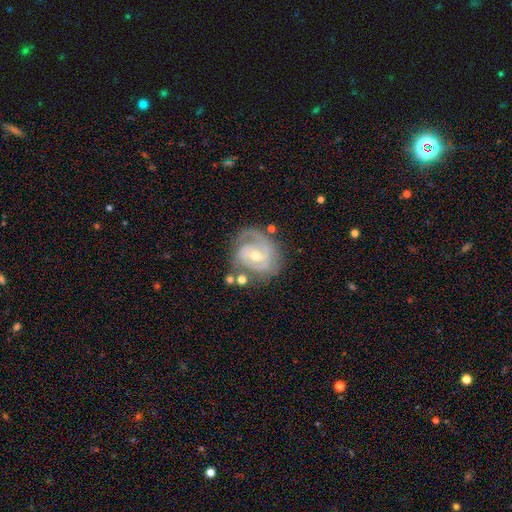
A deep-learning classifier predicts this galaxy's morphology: This is clearly a featured or disk galaxy (87%). It is clearly not viewed edge-on (98%). Bar: possibly no (47%). Spiral arm pattern: clearly yes (95%). Spiral arm count: possibly 2 (54%). Spiral winding: possibly tight (56%). Central bulge: possibly moderate (57%). Merging: likely none (63%).